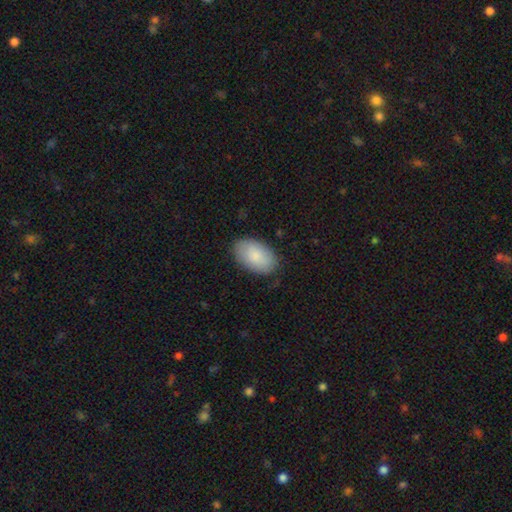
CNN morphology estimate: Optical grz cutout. It shows a smooth galaxy with no disk features (85%) that is in between round and cigar-shaped (93%). Merging: none (85%).